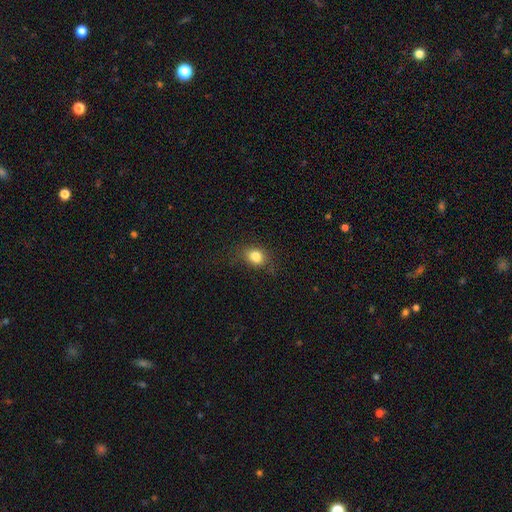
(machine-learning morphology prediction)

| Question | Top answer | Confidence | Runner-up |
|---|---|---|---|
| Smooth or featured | smooth | 82% | star or artifact (12%) |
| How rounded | in between | 55% | round (43%) |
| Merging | none | 71% | minor disturbance (20%) |